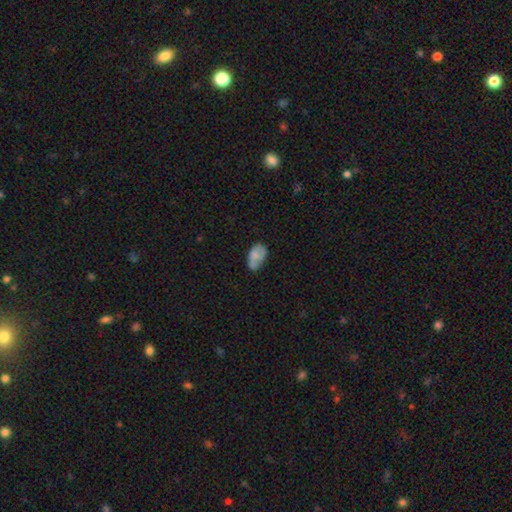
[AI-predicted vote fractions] Smooth or featured: smooth — 68% (featured or disk — 23%)
How rounded: in between — 89% (round — 9%)
Merging: none — 36% (minor disturbance — 34%)